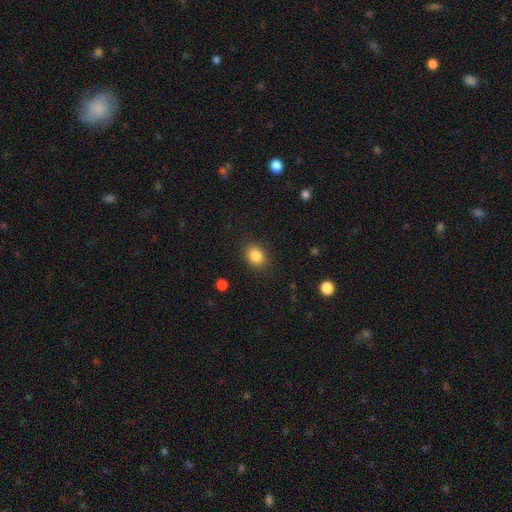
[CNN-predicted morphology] Smooth or featured: smooth — 85% (star or artifact — 10%)
How rounded: in between — 50% (round — 49%)
Merging: none — 88% (minor disturbance — 8%)